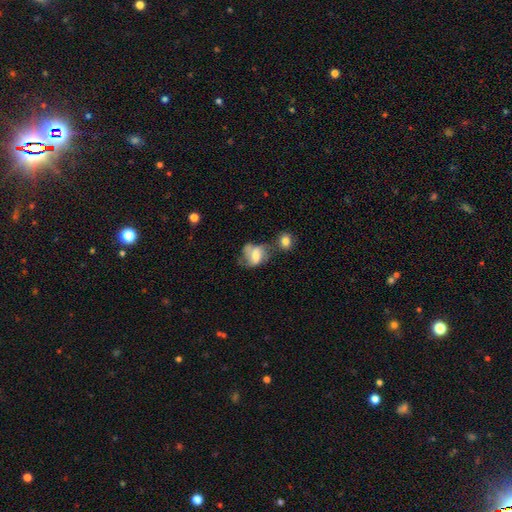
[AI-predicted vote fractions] Smooth or featured: featured or disk — 46% (tied with smooth — 46%)
Merging: none — 35% (minor disturbance — 23%)